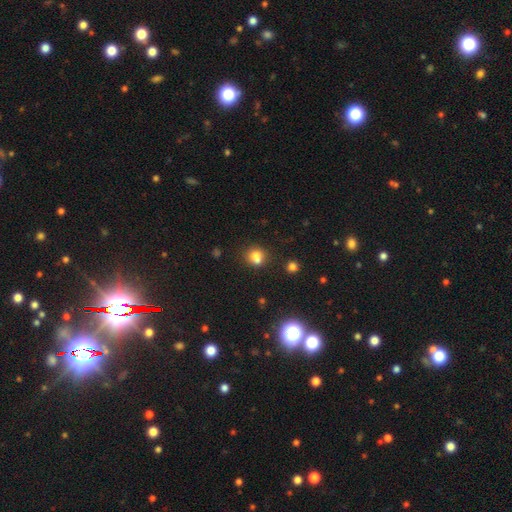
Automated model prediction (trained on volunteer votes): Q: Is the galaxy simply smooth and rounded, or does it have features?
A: smooth — 73%.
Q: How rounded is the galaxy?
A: round — 72%.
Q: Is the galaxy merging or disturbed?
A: none — 45%.